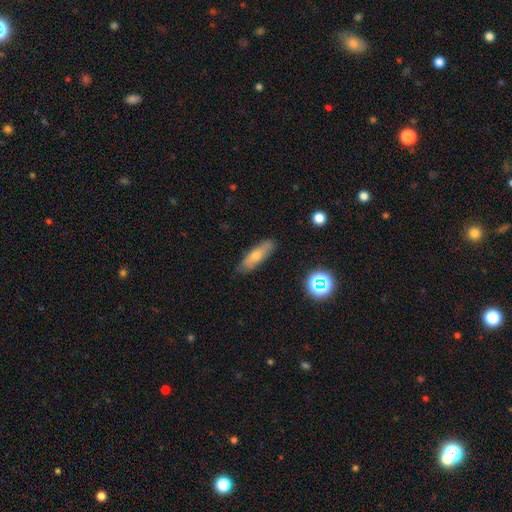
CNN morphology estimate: Smooth or featured: smooth — 68% (featured or disk — 24%)
How rounded: cigar-shaped — 55% (in between — 43%)
Merging: none — 82% (minor disturbance — 14%)